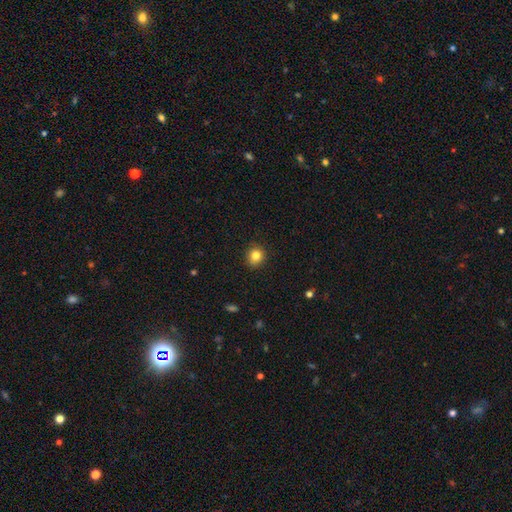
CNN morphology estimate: Q: Smooth or featured?
A: smooth (83%); runner-up: star or artifact (11%)
Q: How rounded?
A: round (80%); runner-up: in between (19%)
Q: Merging?
A: none (87%); runner-up: minor disturbance (10%)